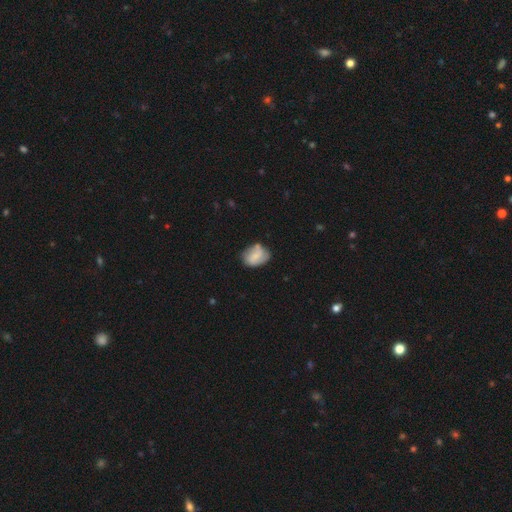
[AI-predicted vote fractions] This appears to be a smooth galaxy with no disk features (64%) that is in between round and cigar-shaped (71%). Merging: none (58%).